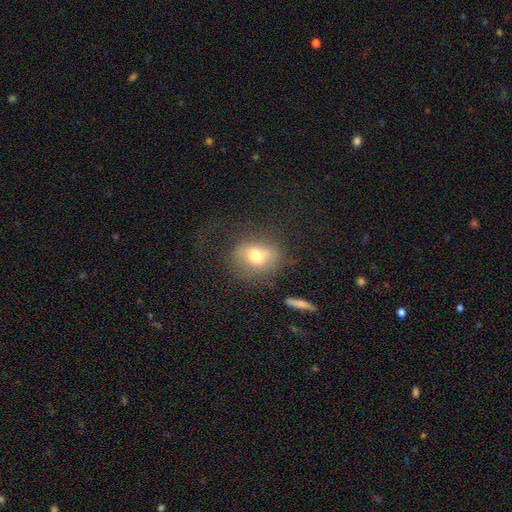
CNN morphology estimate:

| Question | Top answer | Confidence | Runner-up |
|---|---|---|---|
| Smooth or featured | smooth | 66% | featured or disk (23%) |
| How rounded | round | 57% | in between (42%) |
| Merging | none | 54% | minor disturbance (21%) |